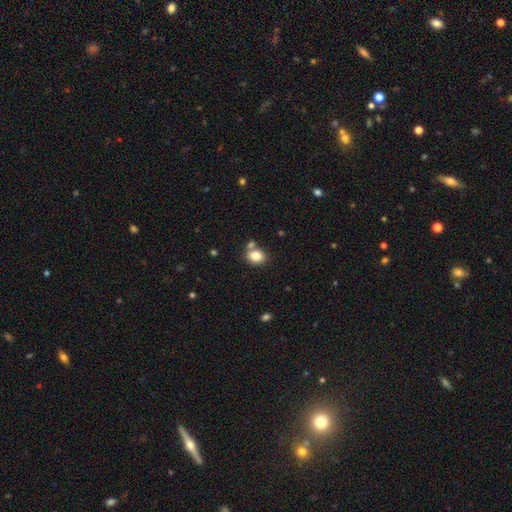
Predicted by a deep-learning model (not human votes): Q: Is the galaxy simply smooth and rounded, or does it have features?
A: smooth — 82%.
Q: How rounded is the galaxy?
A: round — 52%.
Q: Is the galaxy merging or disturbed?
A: none — 64%.